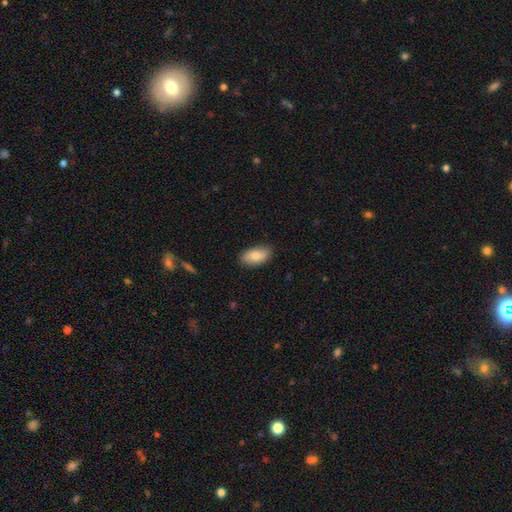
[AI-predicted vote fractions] The model was most divided on "smooth or featured": smooth: 78%, featured or disk: 15%, star or artifact: 6%. More confident: how rounded — in between (93%); merging — none (84%).